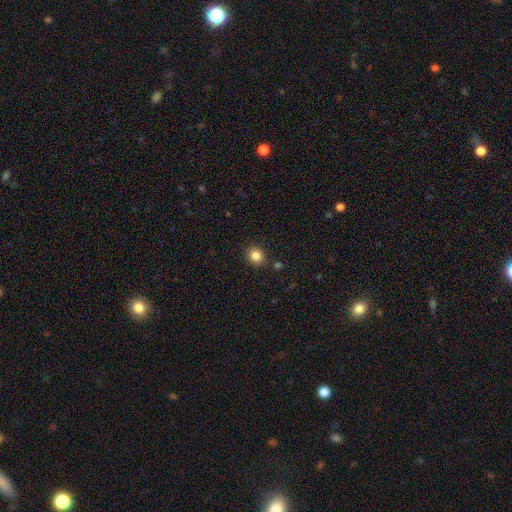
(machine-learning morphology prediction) Q: Smooth or featured?
A: smooth (84%); runner-up: star or artifact (11%)
Q: How rounded?
A: round (68%); runner-up: in between (31%)
Q: Merging?
A: none (87%); runner-up: minor disturbance (8%)